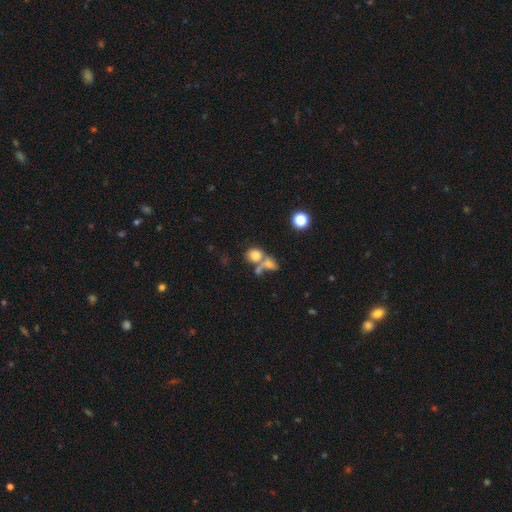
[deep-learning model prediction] A smooth galaxy with no disk features (75%) that is round (58%). Merging: merger (55%).